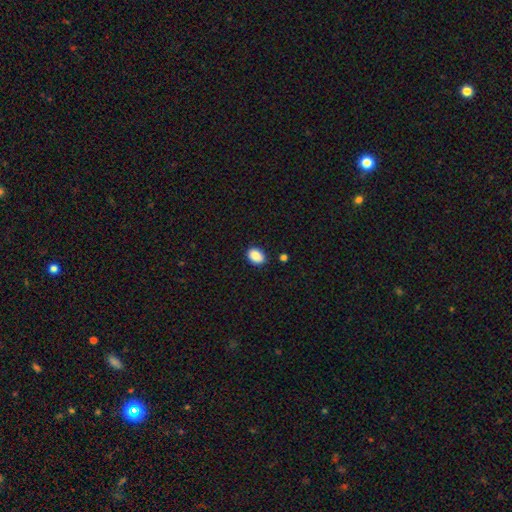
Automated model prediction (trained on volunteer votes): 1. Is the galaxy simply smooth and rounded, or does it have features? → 89% smooth, 8% star or artifact, 3% featured or disk.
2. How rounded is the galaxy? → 75% in between, 24% round, 1% cigar-shaped.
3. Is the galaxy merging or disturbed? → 84% none, 12% minor disturbance, 2% major disturbance, 2% merger.